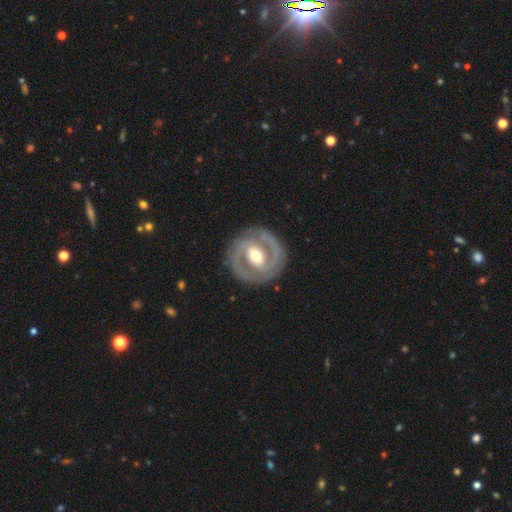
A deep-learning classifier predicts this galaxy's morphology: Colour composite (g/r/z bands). It shows a featured or disk galaxy (89%) with a weak bar (42%), 2 (88%) tight (59%) spiral arms (93%) and a moderate central bulge (72%). Merging: none (86%).